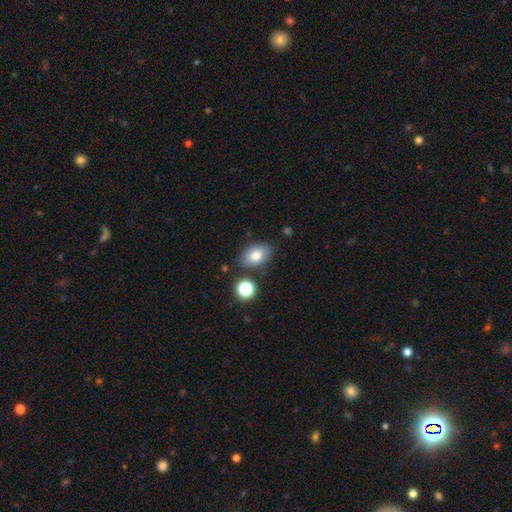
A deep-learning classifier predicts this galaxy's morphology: smooth-or-featured: smooth: 78% | featured or disk: 13% | star or artifact: 9%
  how-rounded: in between: 83% | round: 16% | cigar-shaped: 1%
  merging: none: 79% | minor disturbance: 13% | merger: 5% | major disturbance: 3%